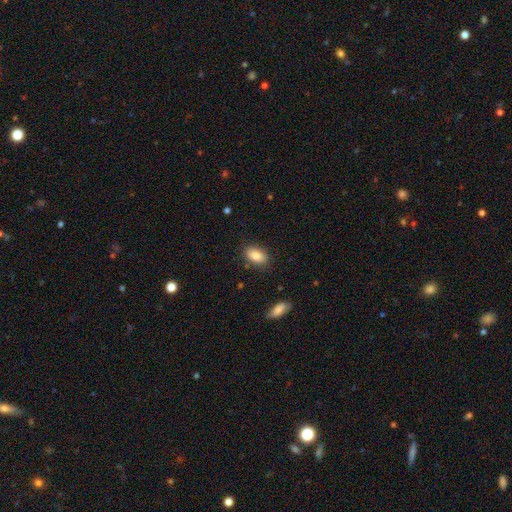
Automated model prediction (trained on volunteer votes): Smooth or featured? Predicted: smooth (p=0.86). How rounded? Predicted: in between (p=0.91). Merging? Predicted: none (p=0.85).